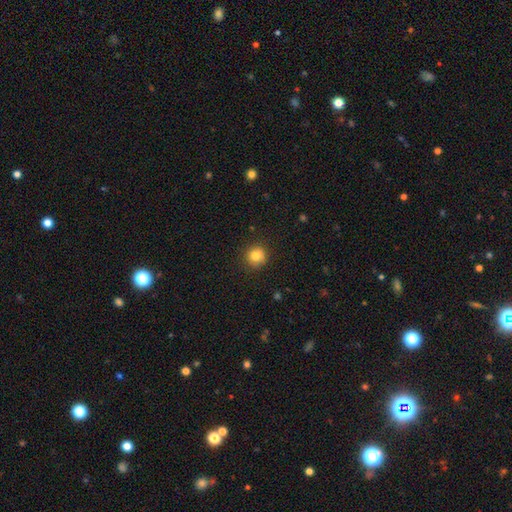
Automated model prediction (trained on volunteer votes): Smooth or featured? Predicted: smooth (p=0.82). How rounded? Predicted: round (p=0.92). Merging? Predicted: none (p=0.88).